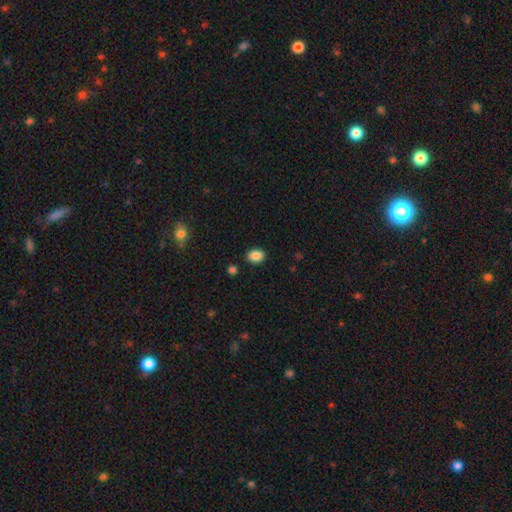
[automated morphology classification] Smooth or featured? smooth (87%)
How rounded? in between (71%)
Merging? none (88%)